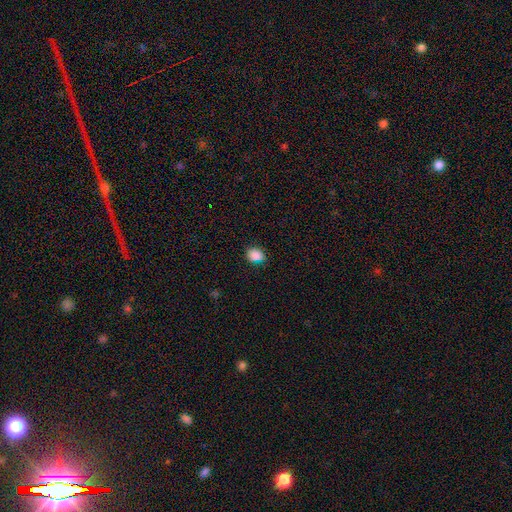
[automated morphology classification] smooth-or-featured: smooth: 85% | star or artifact: 11% | featured or disk: 4%
  how-rounded: round: 51% | in between: 48% | cigar-shaped: 1%
  merging: none: 76% | minor disturbance: 19% | major disturbance: 4% | merger: 2%